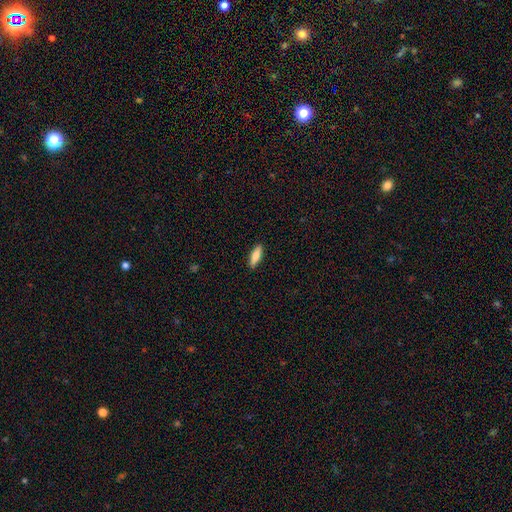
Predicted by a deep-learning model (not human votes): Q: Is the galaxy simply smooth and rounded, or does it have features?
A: smooth — 77%.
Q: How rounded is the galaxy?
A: in between — 55%.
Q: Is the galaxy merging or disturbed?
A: none — 90%.